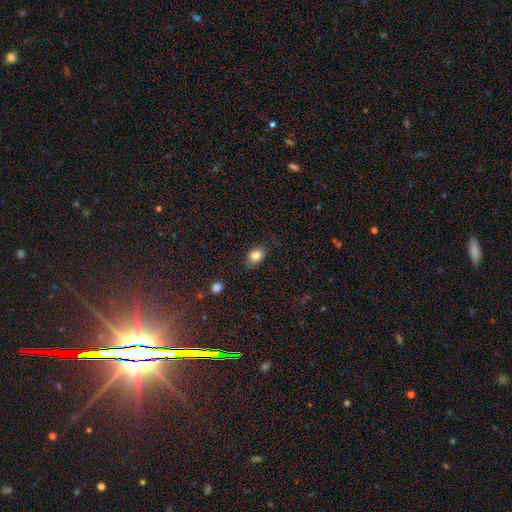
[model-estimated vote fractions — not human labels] The model was most divided on "how rounded": in between: 74%, round: 24%, cigar-shaped: 1%. More confident: smooth or featured — smooth (83%); merging — none (75%).